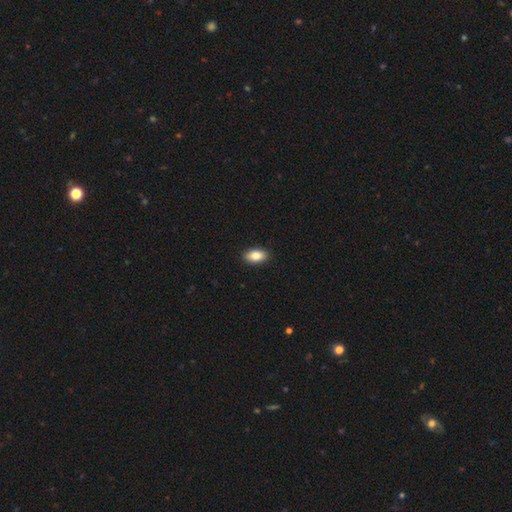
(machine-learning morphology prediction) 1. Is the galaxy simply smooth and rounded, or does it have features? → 84% smooth, 8% featured or disk, 7% star or artifact.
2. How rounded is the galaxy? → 91% in between, 6% round, 3% cigar-shaped.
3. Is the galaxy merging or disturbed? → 91% none, 6% minor disturbance, 2% major disturbance, 1% merger.